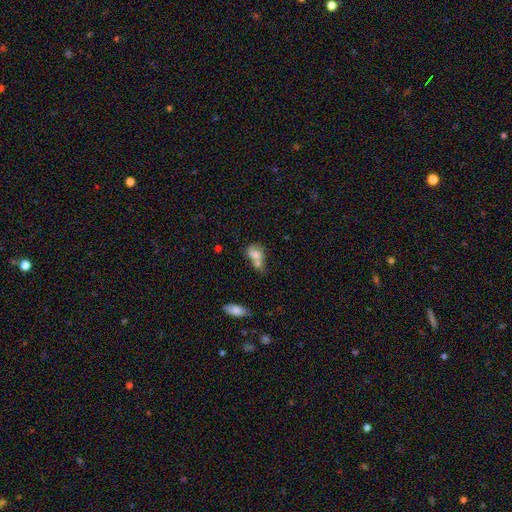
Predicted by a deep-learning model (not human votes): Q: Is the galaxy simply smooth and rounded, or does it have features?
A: smooth — 73%.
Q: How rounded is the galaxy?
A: in between — 63%.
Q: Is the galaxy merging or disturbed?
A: merger — 56%.